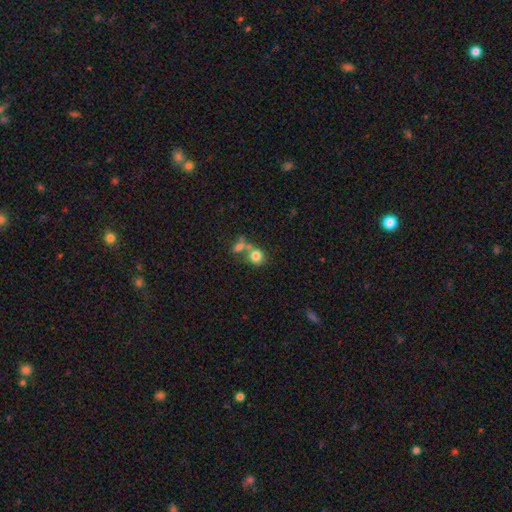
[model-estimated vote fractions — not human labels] Smooth or featured: smooth — 79% (star or artifact — 11%)
How rounded: round — 75% (in between — 24%)
Merging: none — 45% (merger — 40%)